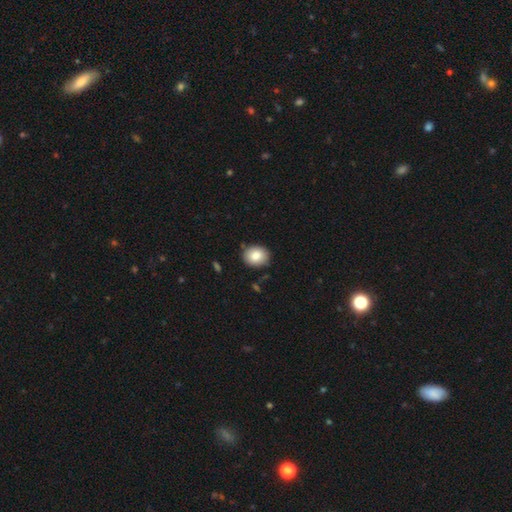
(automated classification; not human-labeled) Morphology: type=smooth (84%); roundness=round (62%); merging=none (84%).